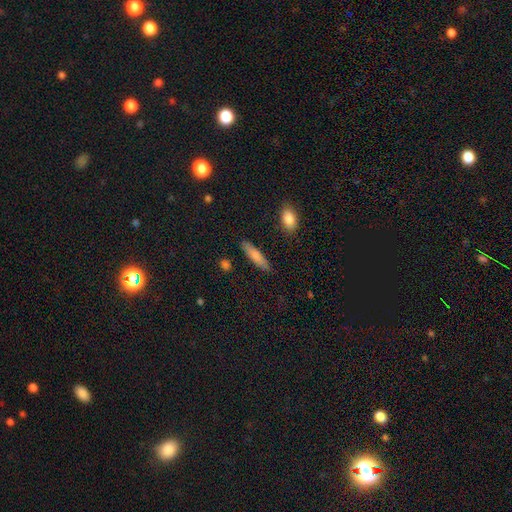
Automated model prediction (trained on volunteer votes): Smooth or featured: smooth — 78% (featured or disk — 16%)
How rounded: cigar-shaped — 75% (in between — 23%)
Merging: none — 87% (minor disturbance — 9%)